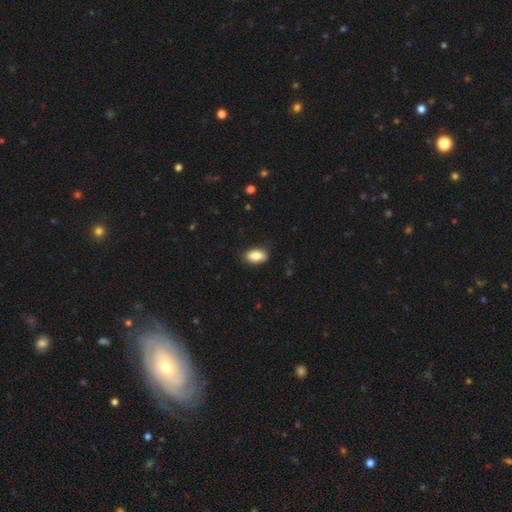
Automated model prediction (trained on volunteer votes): Smooth or featured?
  - smooth: 86% *
  - featured or disk: 7%
  - star or artifact: 7%
How rounded?
  - in between: 91% *
  - round: 6%
  - cigar-shaped: 3%
Merging?
  - none: 86% *
  - minor disturbance: 11%
  - major disturbance: 2%
  - merger: 1%